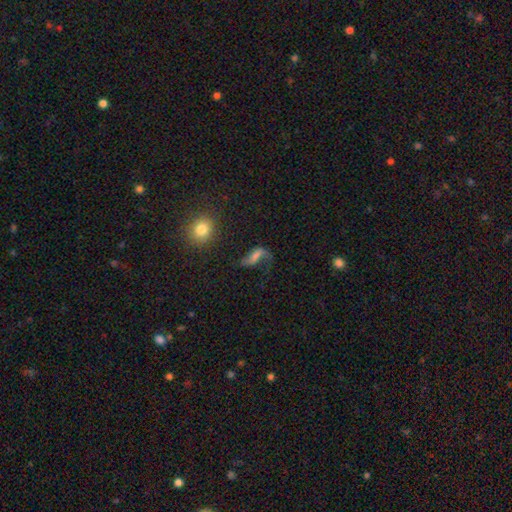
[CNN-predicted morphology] A featured or disk galaxy (61%) with no bar (36%), spiral arms (85%) and no central bulge (40%). Merging: none (44%).